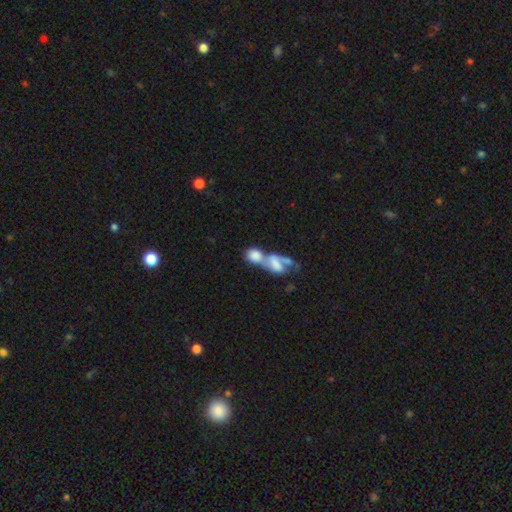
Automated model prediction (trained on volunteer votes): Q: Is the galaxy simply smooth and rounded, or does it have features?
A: smooth — 64%.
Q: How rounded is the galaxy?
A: in between — 66%.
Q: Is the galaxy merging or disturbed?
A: merger — 80%.